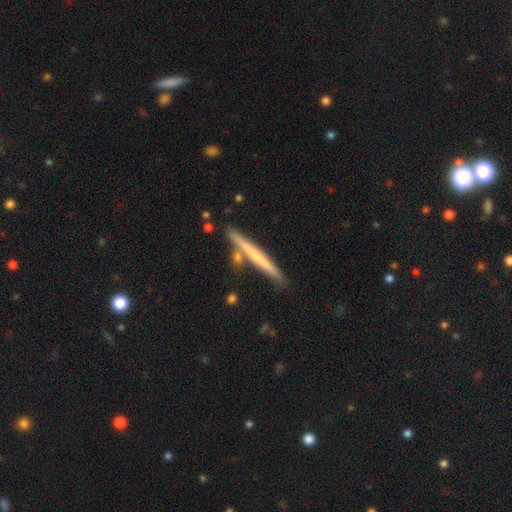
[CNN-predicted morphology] smooth-or-featured: smooth: 48% | featured or disk: 46% | star or artifact: 6%
  merging: none: 80% | minor disturbance: 10% | merger: 7% | major disturbance: 2%